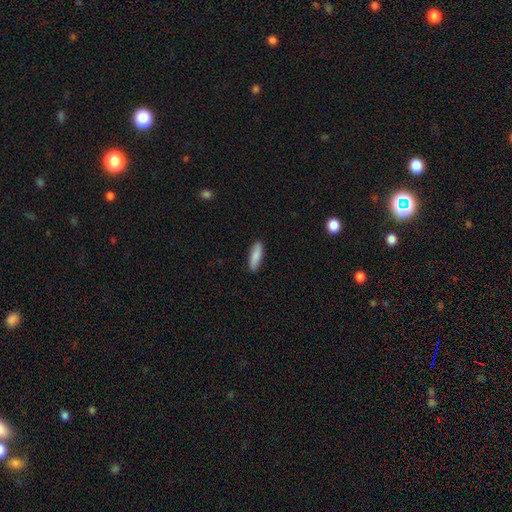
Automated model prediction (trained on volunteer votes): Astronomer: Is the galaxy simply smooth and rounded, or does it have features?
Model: smooth — 86%.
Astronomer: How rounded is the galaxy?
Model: cigar-shaped — 50% (runner-up: in between, 48%).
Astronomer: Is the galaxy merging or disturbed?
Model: none — 88%.